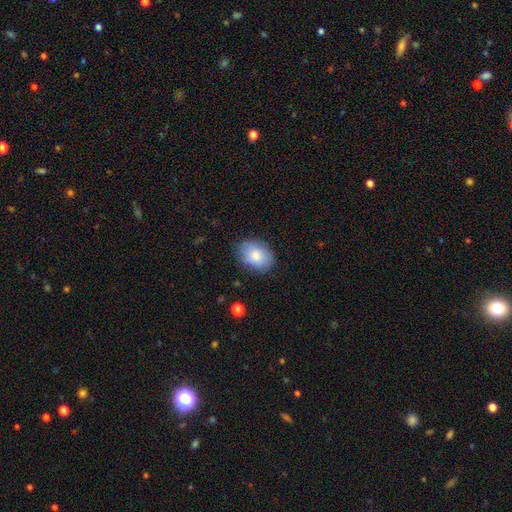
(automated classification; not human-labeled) smooth-or-featured: smooth: 81% | featured or disk: 12% | star or artifact: 7%
  how-rounded: in between: 76% | round: 23% | cigar-shaped: 1%
  merging: none: 82% | minor disturbance: 14% | major disturbance: 3% | merger: 1%